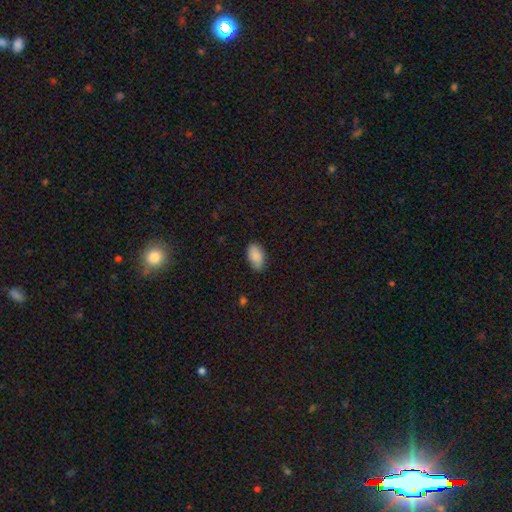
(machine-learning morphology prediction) A smooth galaxy with no disk features (86%) that is in between round and cigar-shaped (94%).

Vote fractions:
- Smooth or featured? smooth: 86% / star or artifact: 7% / featured or disk: 7%
- How rounded? in between: 94% / round: 4% / cigar-shaped: 2%
- Merging? none: 79% / minor disturbance: 17% / major disturbance: 3% / merger: 1%